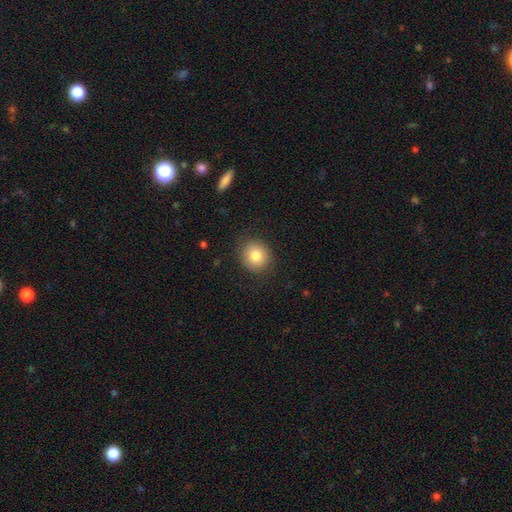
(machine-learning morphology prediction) Smooth or featured? smooth (81%)
How rounded? round (84%)
Merging? none (86%)